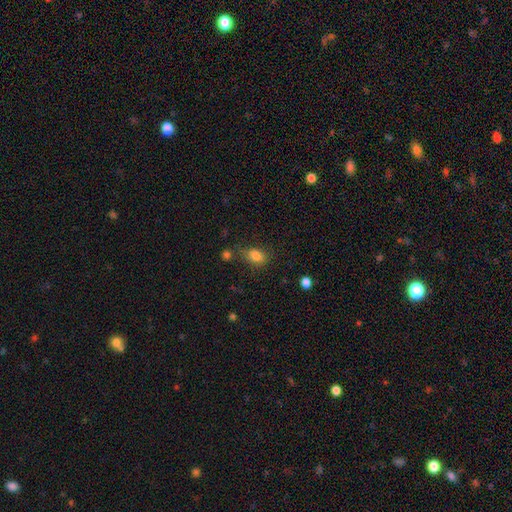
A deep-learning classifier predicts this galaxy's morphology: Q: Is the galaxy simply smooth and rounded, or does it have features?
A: smooth — 83%.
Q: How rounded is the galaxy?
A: in between — 77%.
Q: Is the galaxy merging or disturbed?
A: none — 64%.